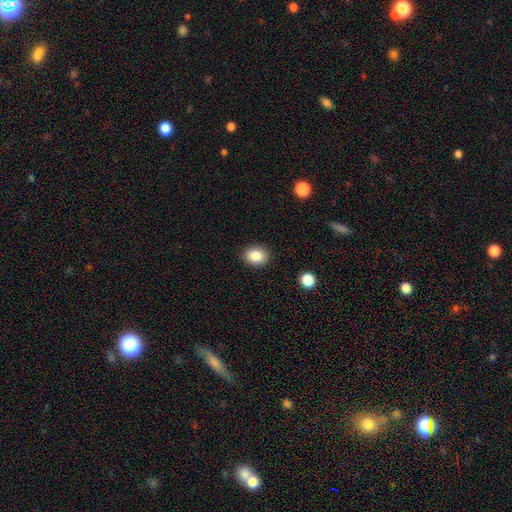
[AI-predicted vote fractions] Smooth or featured?
  - smooth: 86% *
  - star or artifact: 9%
  - featured or disk: 5%
How rounded?
  - in between: 52% *
  - round: 47%
  - cigar-shaped: 1%
Merging?
  - none: 89% *
  - minor disturbance: 8%
  - major disturbance: 2%
  - merger: 1%